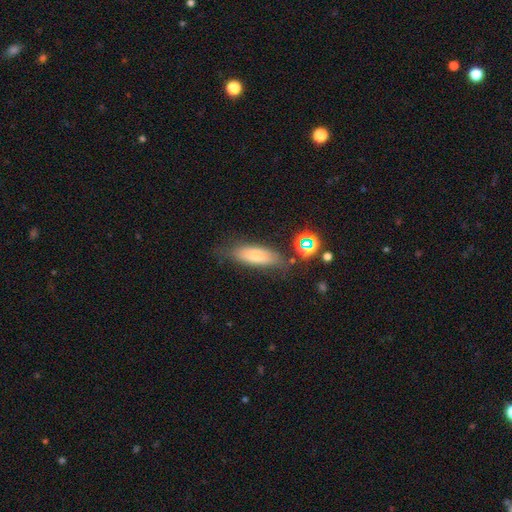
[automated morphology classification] Overall: smooth (71%). How rounded: in between (52%; cigar-shaped 45%). Merging: none (67%).